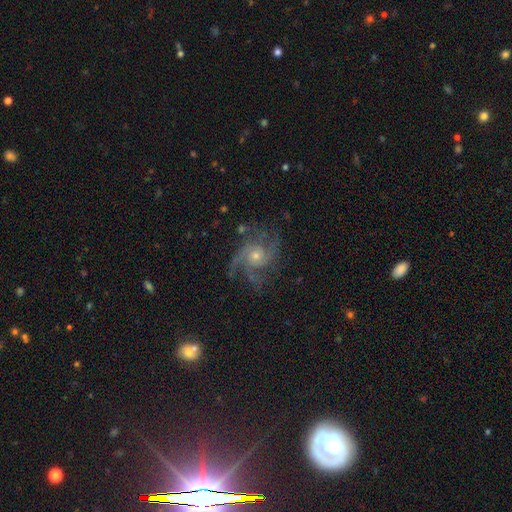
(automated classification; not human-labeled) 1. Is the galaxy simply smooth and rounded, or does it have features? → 87% featured or disk, 7% star or artifact, 5% smooth.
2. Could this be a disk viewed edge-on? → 98% no, 2% yes.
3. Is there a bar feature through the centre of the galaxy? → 74% no, 21% weak, 4% strong.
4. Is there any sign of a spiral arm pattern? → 97% yes, 3% no.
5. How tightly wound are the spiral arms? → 53% medium, 28% tight, 20% loose.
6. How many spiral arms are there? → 41% 3, 22% 2, 14% 4, 12% can't tell, 6% 1, 6% more than 4.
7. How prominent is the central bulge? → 57% small, 39% moderate, 2% large, 2% none, 1% dominant.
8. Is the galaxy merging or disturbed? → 69% none, 17% minor disturbance, 12% major disturbance, 2% merger.